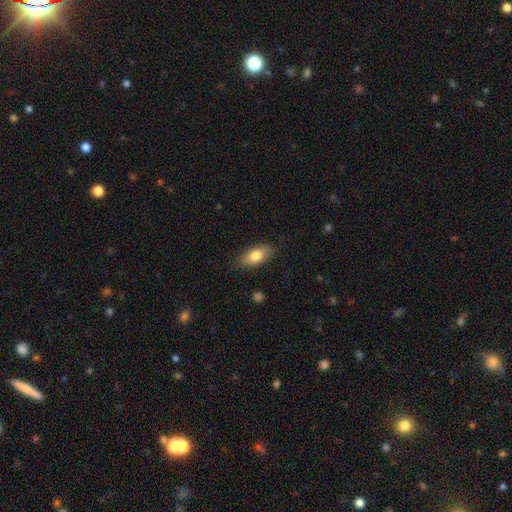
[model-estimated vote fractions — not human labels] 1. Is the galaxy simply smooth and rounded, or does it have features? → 79% smooth, 15% featured or disk, 7% star or artifact.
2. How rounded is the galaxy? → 87% in between, 9% cigar-shaped, 4% round.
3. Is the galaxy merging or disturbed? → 85% none, 11% minor disturbance, 3% major disturbance, 1% merger.